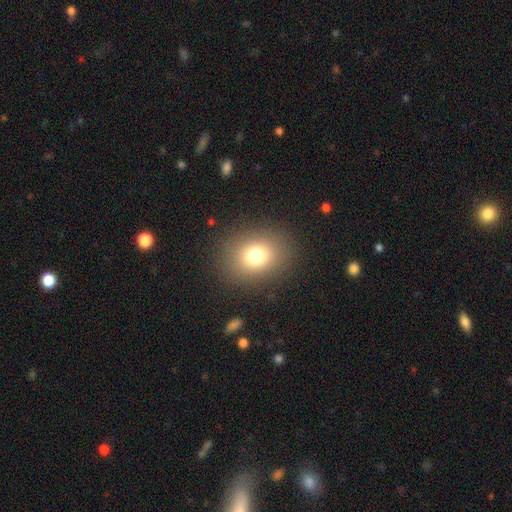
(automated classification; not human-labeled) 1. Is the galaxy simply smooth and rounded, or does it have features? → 75% smooth, 14% star or artifact, 10% featured or disk.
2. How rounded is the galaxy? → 54% round, 45% in between, 1% cigar-shaped.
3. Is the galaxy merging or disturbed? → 87% none, 7% minor disturbance, 4% major disturbance, 1% merger.